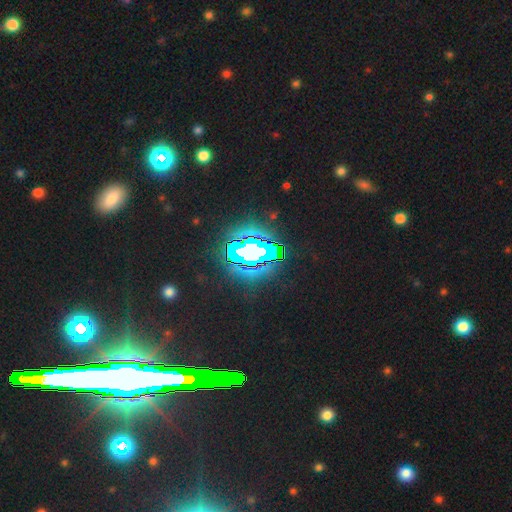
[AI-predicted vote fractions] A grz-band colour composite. It shows a star or artifact, not a galaxy (80%).